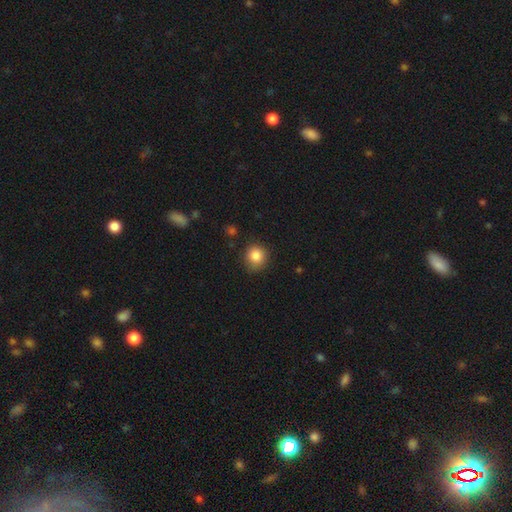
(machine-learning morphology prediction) type=smooth (85%); roundness=round (89%); merging=none (84%).